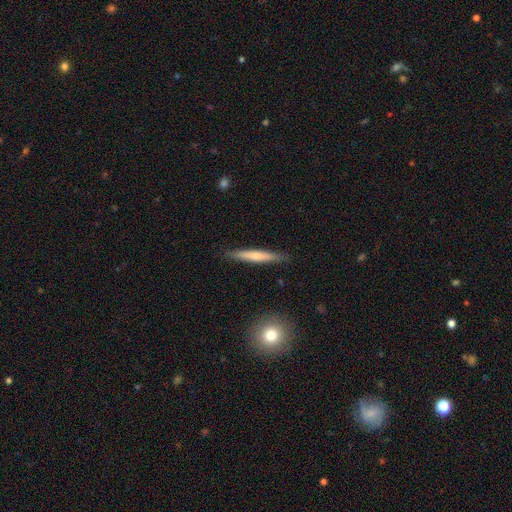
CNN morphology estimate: Smooth or featured? smooth (62%)
How rounded? cigar-shaped (95%)
Merging? none (90%)